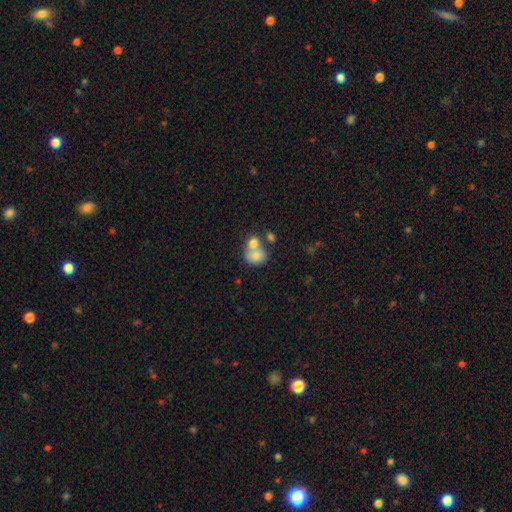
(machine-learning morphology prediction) This appears to be a smooth galaxy with no disk features (76%) that is round (56%). Merging: merger (58%).